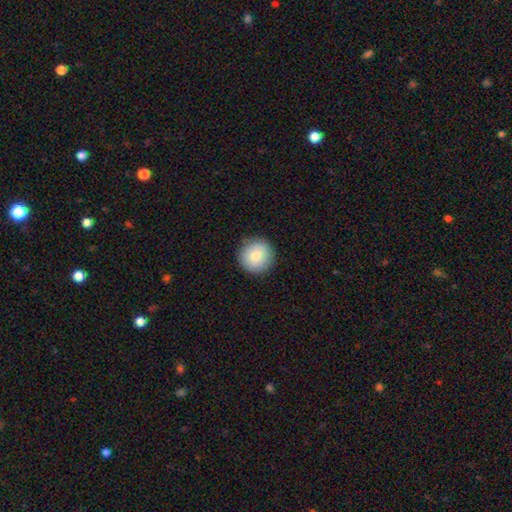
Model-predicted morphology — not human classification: Smooth or featured? Predicted: smooth (p=0.83). How rounded? Predicted: round (p=0.95). Merging? Predicted: none (p=0.89).